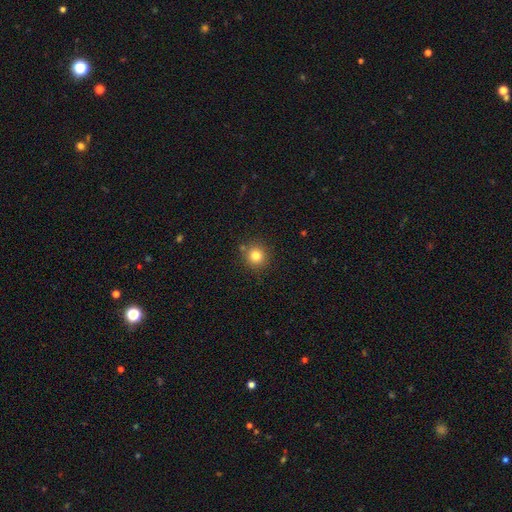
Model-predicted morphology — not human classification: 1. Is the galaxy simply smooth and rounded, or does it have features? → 80% smooth, 13% star or artifact, 7% featured or disk.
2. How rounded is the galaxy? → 93% round, 6% in between, 1% cigar-shaped.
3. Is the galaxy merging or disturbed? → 84% none, 9% minor disturbance, 5% merger, 3% major disturbance.